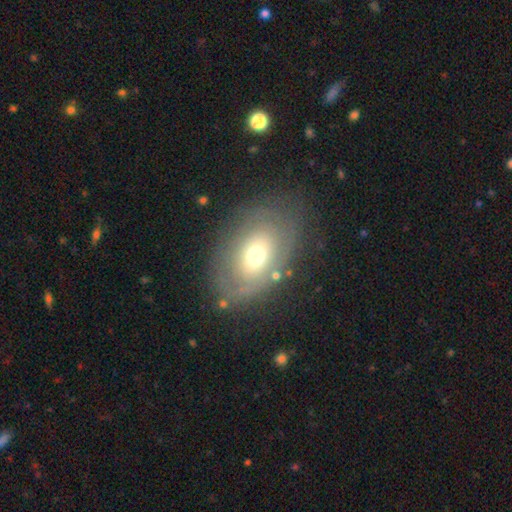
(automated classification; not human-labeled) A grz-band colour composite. It shows a featured or disk galaxy (52%). Merging: none (72%).